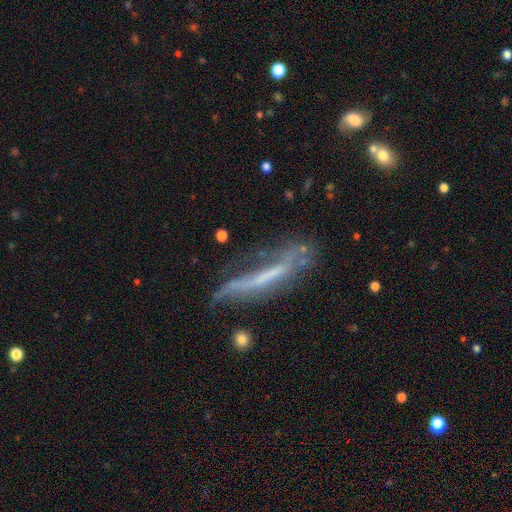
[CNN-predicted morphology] Overall: featured or disk (56%; smooth 30%). Edge-on disk: yes (64%; no 36%). Merging: none (51%; minor disturbance 24%).